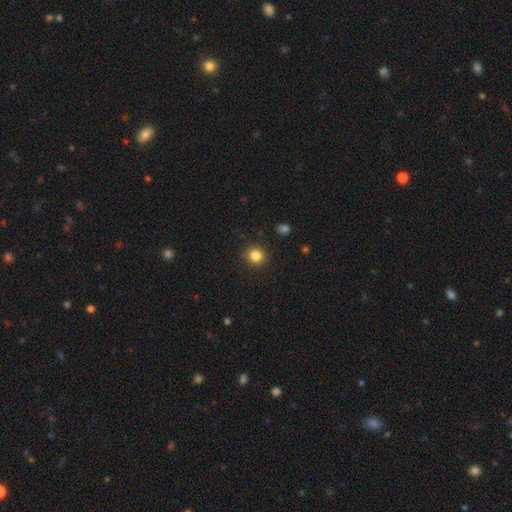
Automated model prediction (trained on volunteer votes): smooth 84%, star or artifact 12%, featured or disk 4%. Down the decision tree: how rounded — round (91%); merging — none (89%).